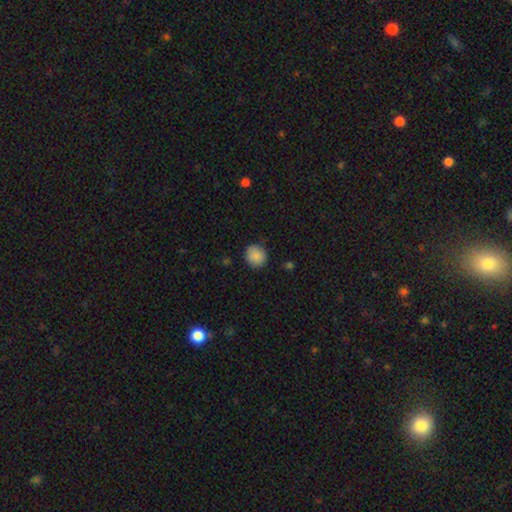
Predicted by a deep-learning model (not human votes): A smooth galaxy with no disk features (88%) that is round (87%). Merging: none (85%).